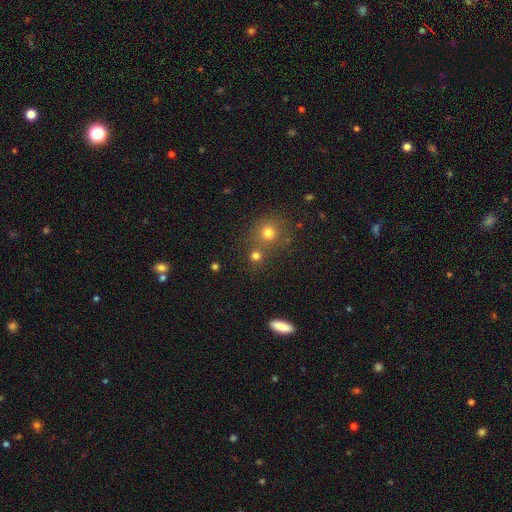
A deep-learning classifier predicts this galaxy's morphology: Overall: smooth (75%). How rounded: round (88%). Merging: none (65%; merger 25%).